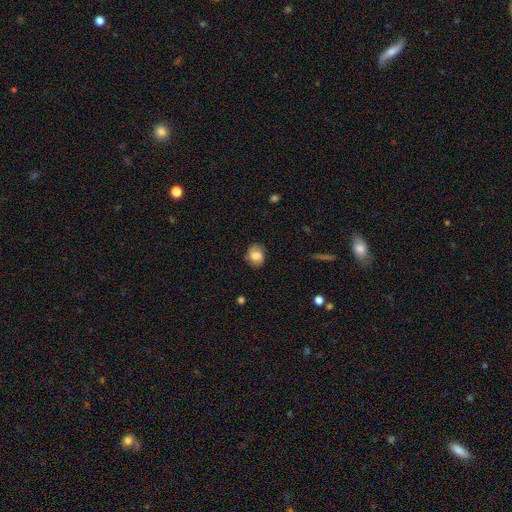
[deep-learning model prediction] This is likely a smooth galaxy (71%). How rounded: possibly round (60%). Merging: likely none (80%).